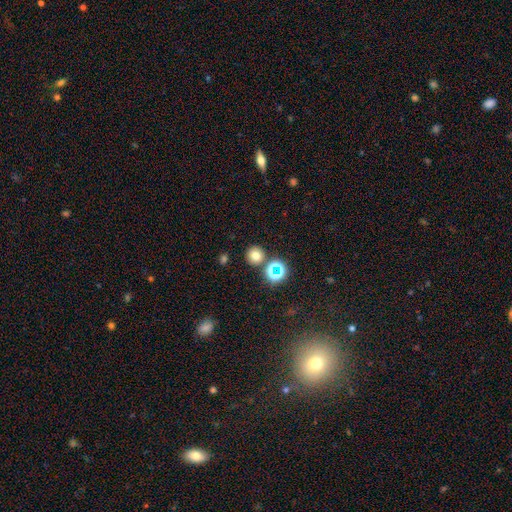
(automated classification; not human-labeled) A smooth galaxy with no disk features (70%) that is round (93%).

Vote fractions:
- Smooth or featured? smooth: 70% / star or artifact: 21% / featured or disk: 8%
- How rounded? round: 93% / in between: 6% / cigar-shaped: 1%
- Merging? none: 83% / merger: 8% / minor disturbance: 7% / major disturbance: 3%